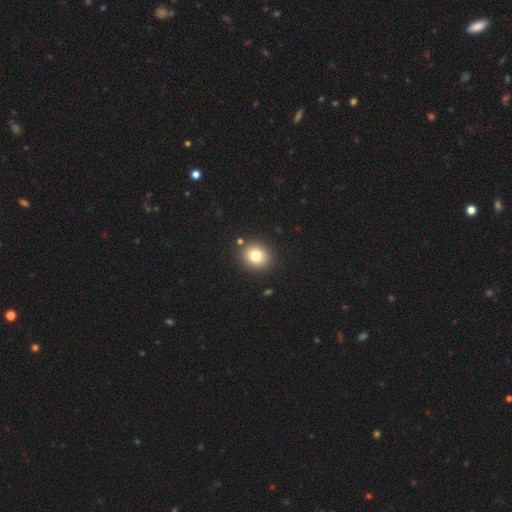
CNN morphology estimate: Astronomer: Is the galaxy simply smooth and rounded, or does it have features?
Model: smooth — 79%.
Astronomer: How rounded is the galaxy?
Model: round — 79%.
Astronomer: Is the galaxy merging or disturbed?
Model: none — 89%.